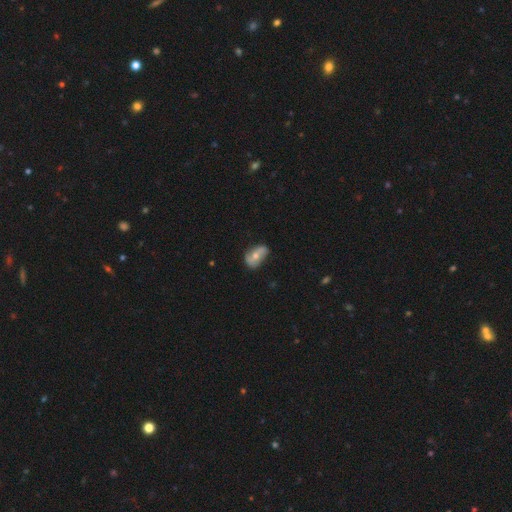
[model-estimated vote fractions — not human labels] featured or disk 52%, smooth 40%, star or artifact 8%. Down the decision tree: edge-on disk — no (93%); merging — none (59%).